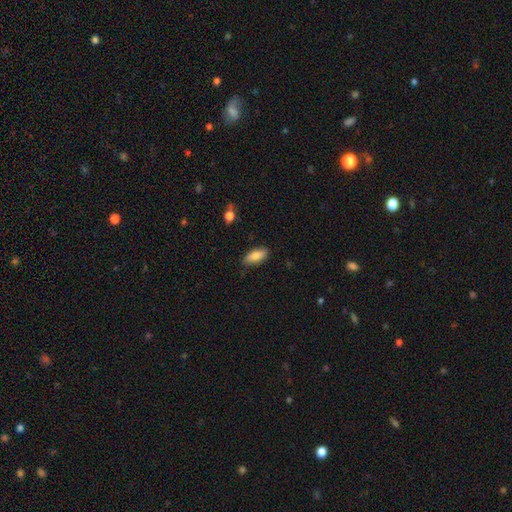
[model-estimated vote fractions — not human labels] This is clearly a smooth galaxy (84%). How rounded: clearly in between (81%). Merging: clearly none (85%).